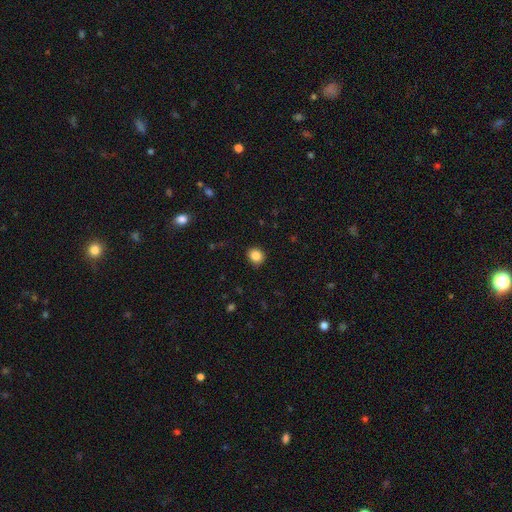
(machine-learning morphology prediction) Smooth or featured? smooth (85%)
How rounded? round (80%)
Merging? none (90%)